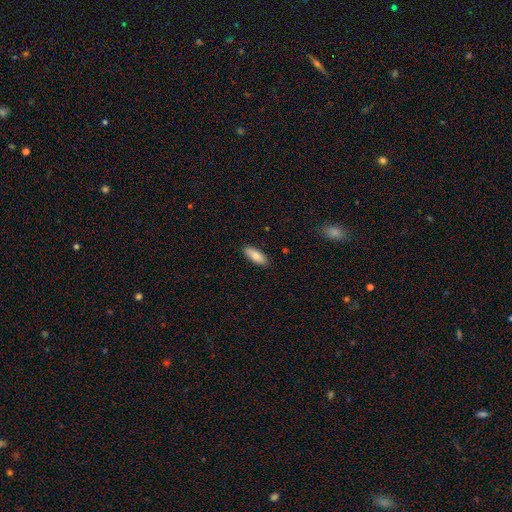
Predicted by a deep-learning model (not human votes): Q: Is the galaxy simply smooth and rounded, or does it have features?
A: smooth — 82%.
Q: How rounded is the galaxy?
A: in between — 74%.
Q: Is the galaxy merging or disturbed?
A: none — 88%.